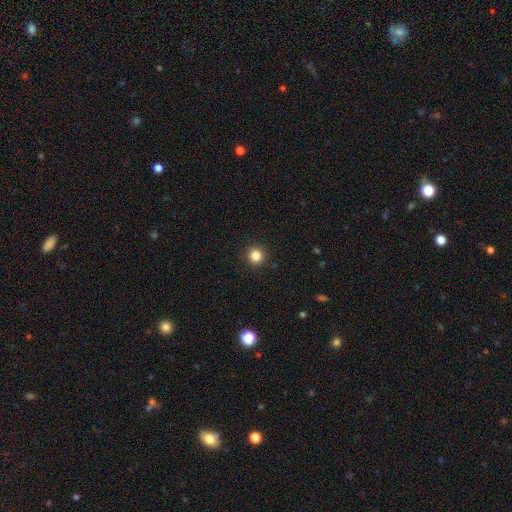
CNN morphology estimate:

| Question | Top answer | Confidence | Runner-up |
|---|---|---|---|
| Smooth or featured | smooth | 83% | star or artifact (12%) |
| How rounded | round | 95% | in between (4%) |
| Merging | none | 93% | minor disturbance (5%) |